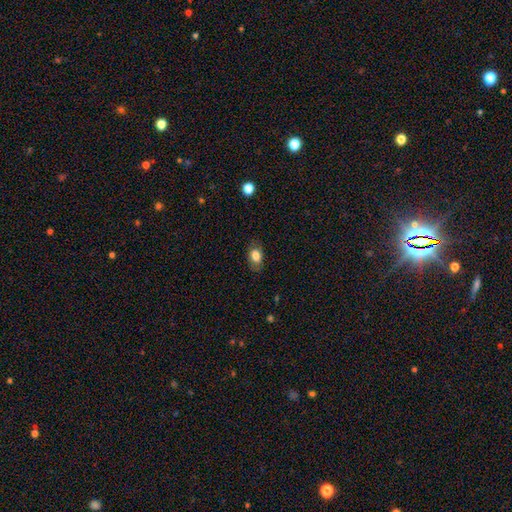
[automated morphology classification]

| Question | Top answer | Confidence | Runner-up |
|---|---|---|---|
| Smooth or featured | smooth | 78% | featured or disk (14%) |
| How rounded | in between | 86% | round (12%) |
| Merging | none | 80% | minor disturbance (15%) |